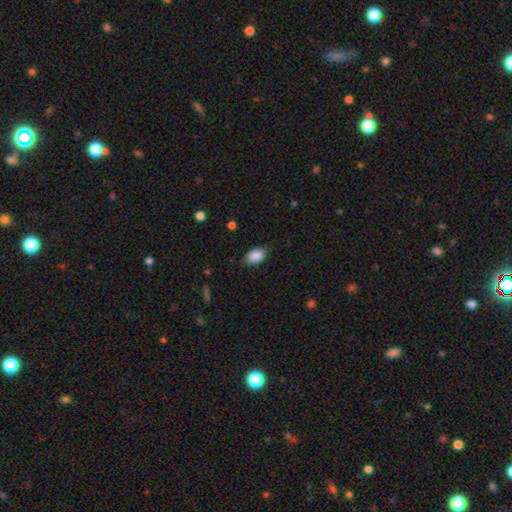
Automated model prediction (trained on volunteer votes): Overall: smooth (87%). How rounded: in between (86%). Merging: none (76%).